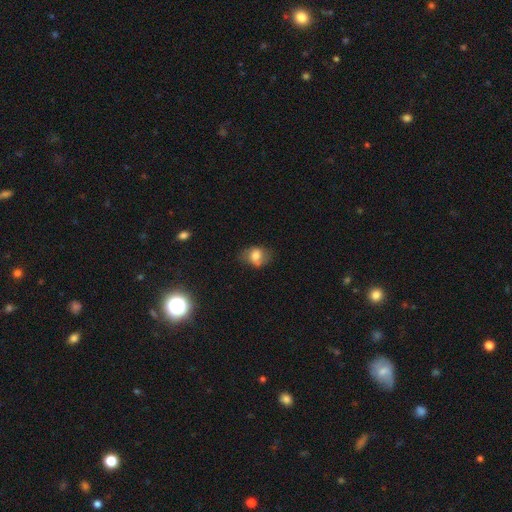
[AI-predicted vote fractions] This appears to be a smooth galaxy with no disk features (71%) that is in between round and cigar-shaped (61%). Merging: none (56%).